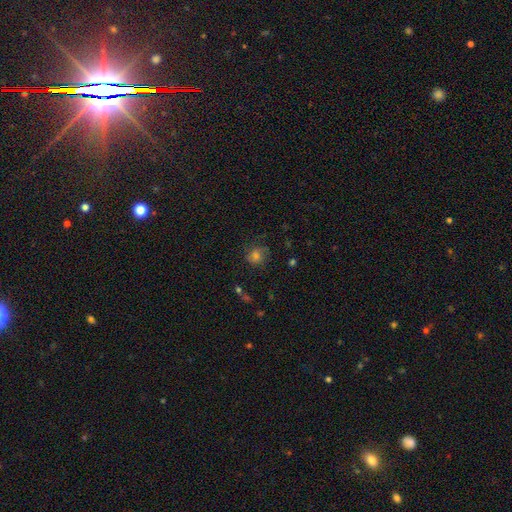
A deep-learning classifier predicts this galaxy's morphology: smooth 60%, featured or disk 22%, star or artifact 18%. Down the decision tree: how rounded — round (79%); merging — none (67%).